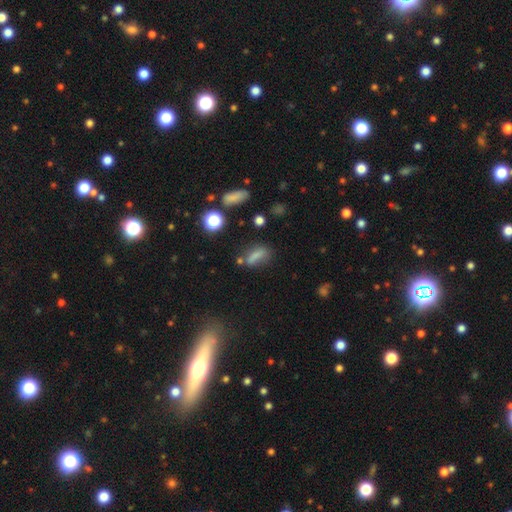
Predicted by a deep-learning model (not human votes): The model was most divided on "how rounded": in between: 59%, cigar-shaped: 31%, round: 10%. More confident: smooth or featured — smooth (71%); merging — none (52%).